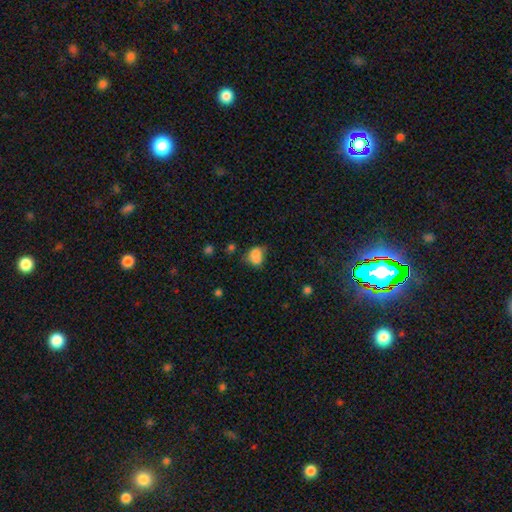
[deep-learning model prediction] A smooth galaxy with no disk features (78%) that is in between round and cigar-shaped (53%). Merging: none (40%).